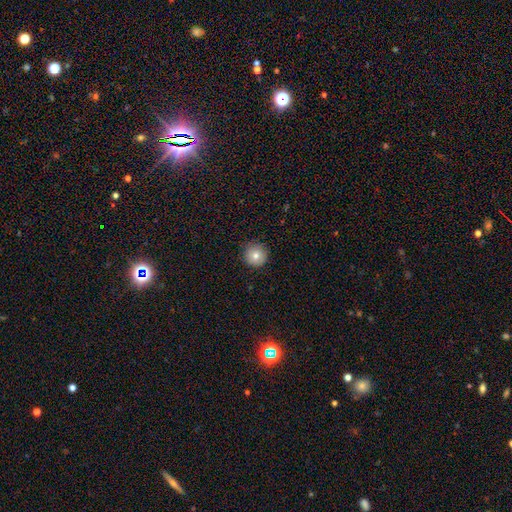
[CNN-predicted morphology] type=smooth (79%); roundness=round (96%); merging=none (89%).